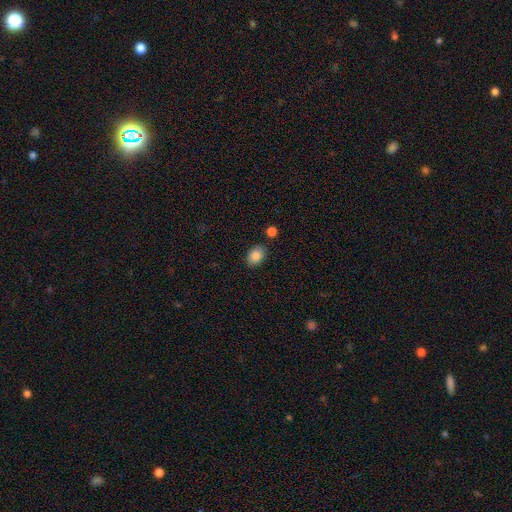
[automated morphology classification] A smooth galaxy with no disk features (86%) that is in between round and cigar-shaped (79%). Merging: none (84%).